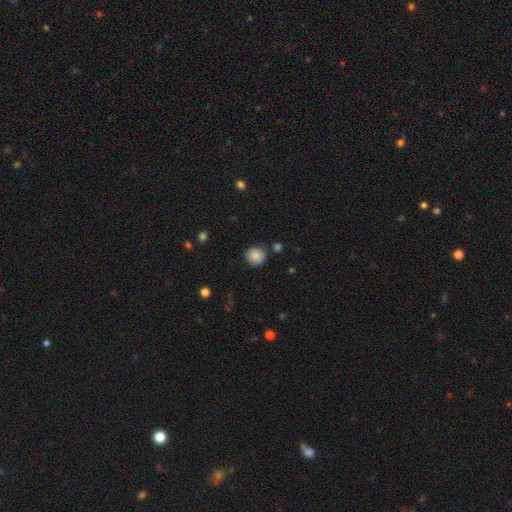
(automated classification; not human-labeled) Smooth or featured? Predicted: smooth (p=0.87). How rounded? Predicted: round (p=0.87). Merging? Predicted: none (p=0.83).